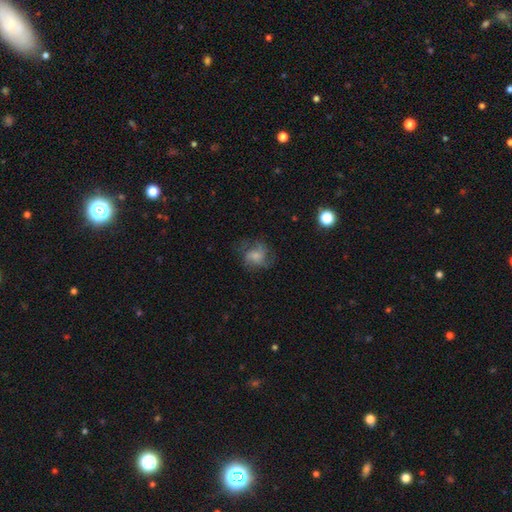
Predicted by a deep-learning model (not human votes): Q: Smooth or featured?
A: featured or disk (52%); runner-up: smooth (37%)
Q: Edge-on disk?
A: no (97%); runner-up: yes (3%)
Q: Bar?
A: no (73%); runner-up: weak (23%)
Q: Spiral arms?
A: yes (82%); runner-up: no (18%)
Q: Bulge size?
A: small (41%); runner-up: moderate (35%)
Q: Merging?
A: none (59%); runner-up: minor disturbance (21%)